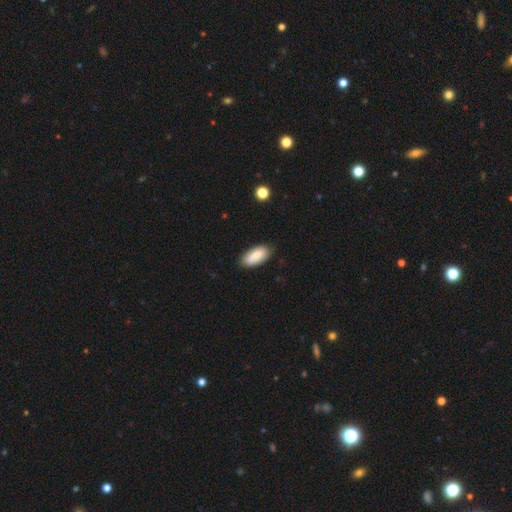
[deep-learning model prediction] Morphology: type=smooth (82%); roundness=in between (90%); merging=none (83%).